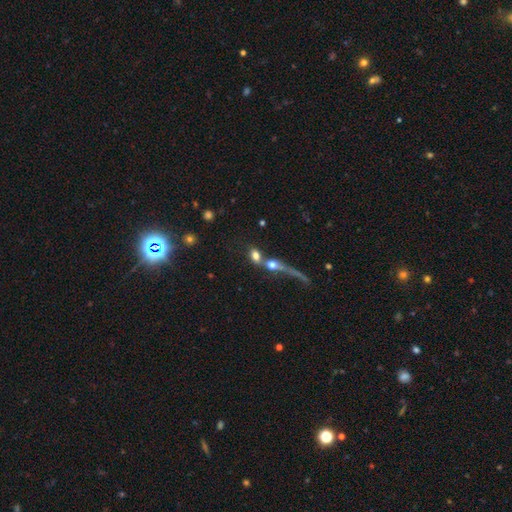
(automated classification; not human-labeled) Smooth or featured? Predicted: smooth (p=0.70). How rounded? Predicted: in between (p=0.57). Merging? Predicted: merger (p=0.58).